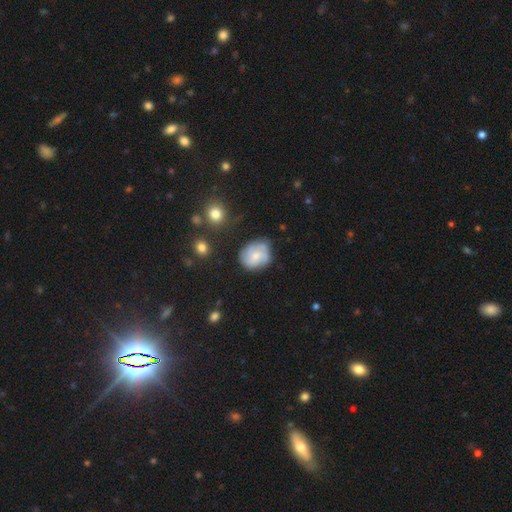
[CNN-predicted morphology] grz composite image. It shows a featured or disk galaxy (54%) with no bar (69%), spiral arms (83%) and a small central bulge (48%). Merging: none (63%).